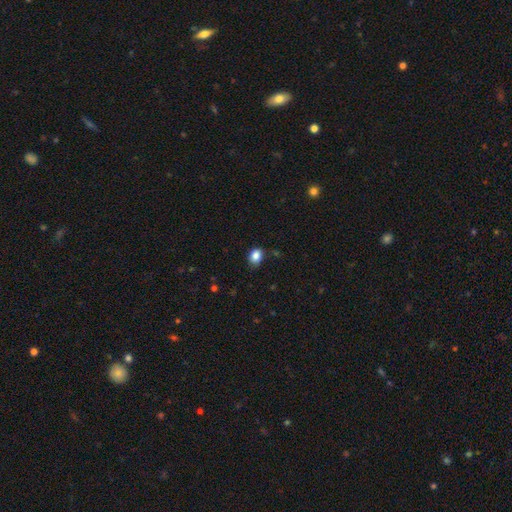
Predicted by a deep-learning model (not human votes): Q: Smooth or featured?
A: smooth (85%); runner-up: star or artifact (10%)
Q: How rounded?
A: in between (62%); runner-up: round (37%)
Q: Merging?
A: none (77%); runner-up: minor disturbance (18%)